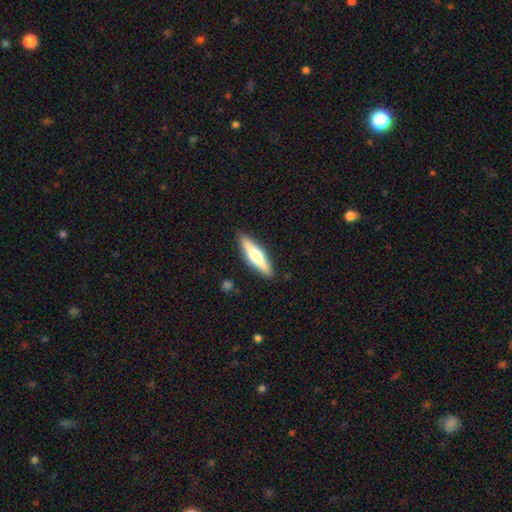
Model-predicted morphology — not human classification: smooth_or_featured: featured or disk (p=0.51) [alt: smooth p=0.44]
disk_edge_on: yes (p=0.93) [alt: no p=0.07]
merging: none (p=0.90) [alt: minor disturbance p=0.07]